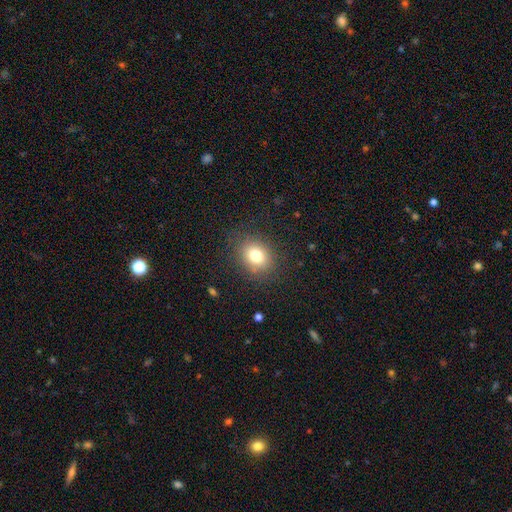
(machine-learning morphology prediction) smooth-or-featured: smooth: 78% | star or artifact: 12% | featured or disk: 10%
  how-rounded: round: 58% | in between: 41% | cigar-shaped: 1%
  merging: none: 84% | minor disturbance: 10% | major disturbance: 5% | merger: 1%